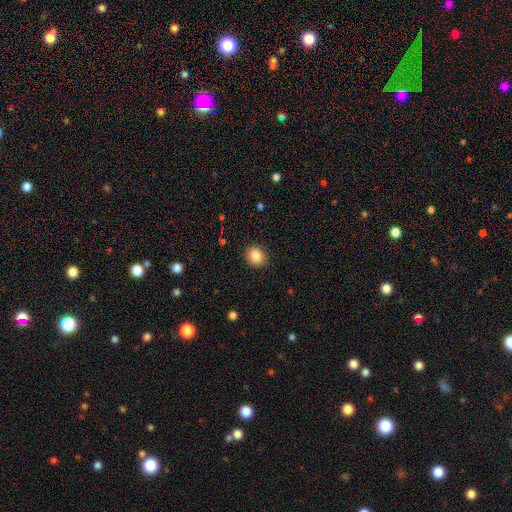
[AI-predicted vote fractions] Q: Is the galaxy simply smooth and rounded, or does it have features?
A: smooth — 86%.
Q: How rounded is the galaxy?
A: round — 59%.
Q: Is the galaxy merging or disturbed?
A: none — 87%.